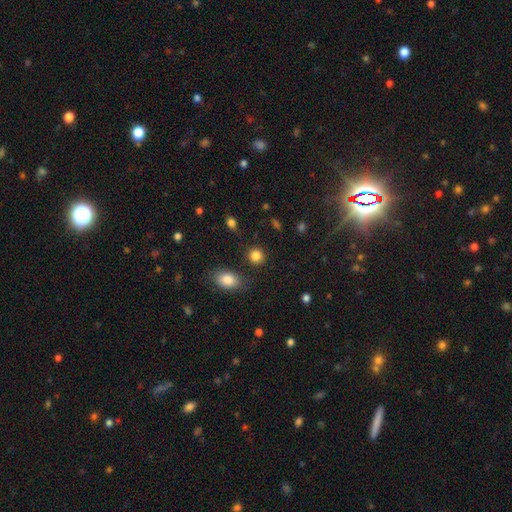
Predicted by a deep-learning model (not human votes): This appears to be a smooth galaxy with no disk features (85%) that is round (85%). Merging: none (84%).